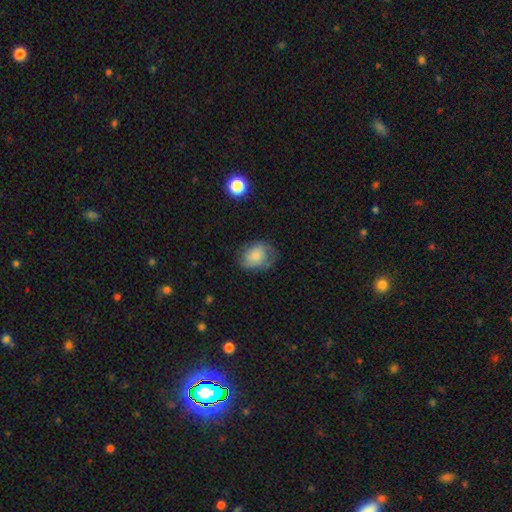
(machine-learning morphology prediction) A smooth galaxy with no disk features (63%) that is in between round and cigar-shaped (58%).

Vote fractions:
- Smooth or featured? smooth: 63% / featured or disk: 28% / star or artifact: 9%
- How rounded? in between: 58% / round: 41% / cigar-shaped: 1%
- Merging? none: 58% / minor disturbance: 28% / major disturbance: 13% / merger: 2%